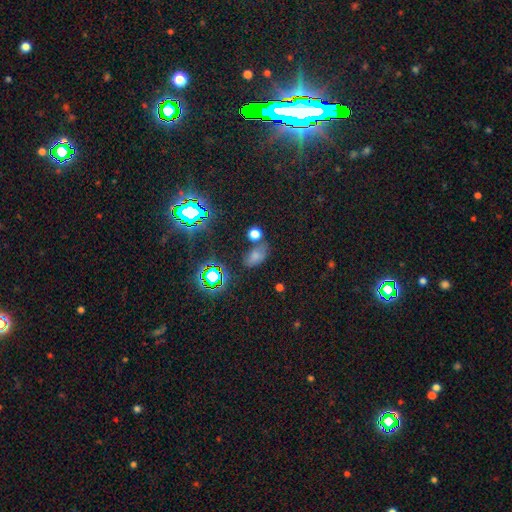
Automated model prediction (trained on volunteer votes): Morphology: type=smooth (59%); roundness=in between (86%); merging=none (60%).